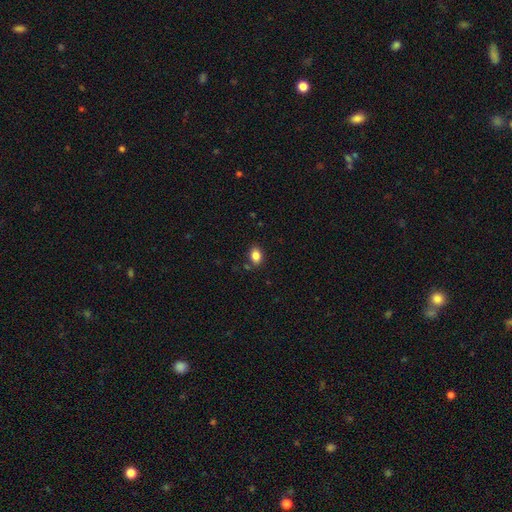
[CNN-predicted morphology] smooth_or_featured: smooth (p=0.85) [alt: star or artifact p=0.10]
how_rounded: in between (p=0.77) [alt: round p=0.21]
merging: none (p=0.82) [alt: minor disturbance p=0.12]